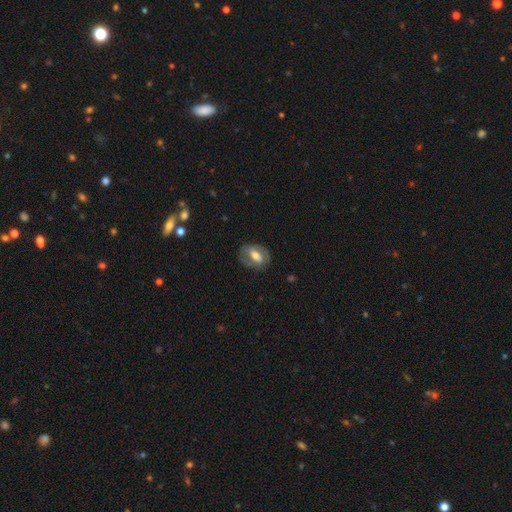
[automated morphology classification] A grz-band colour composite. It shows a featured or disk galaxy (54%). Merging: none (71%).